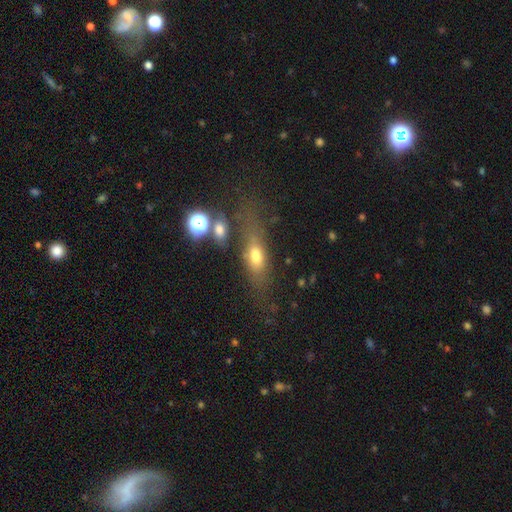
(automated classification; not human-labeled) Overall: smooth (59%; featured or disk 24%). How rounded: in between (54%; cigar-shaped 36%). Merging: none (56%; minor disturbance 19%).